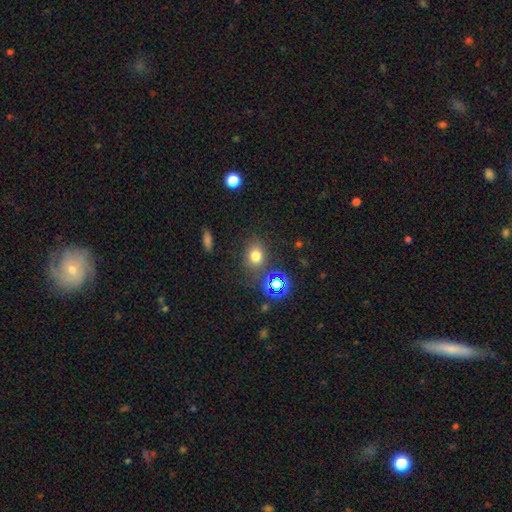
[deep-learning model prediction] Smooth or featured?
  - smooth: 71% *
  - star or artifact: 21%
  - featured or disk: 8%
How rounded?
  - round: 56% *
  - in between: 43%
  - cigar-shaped: 1%
Merging?
  - none: 77% *
  - minor disturbance: 12%
  - merger: 6%
  - major disturbance: 5%